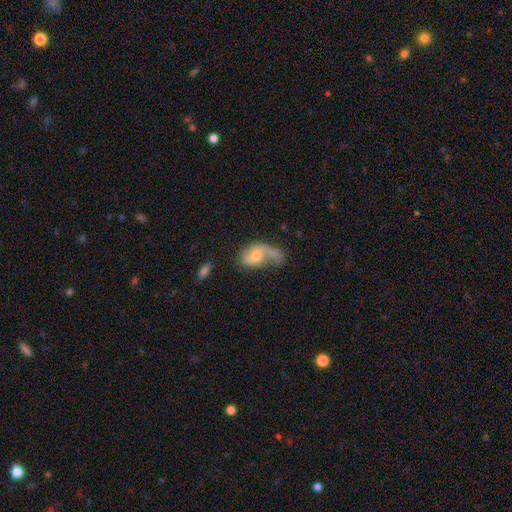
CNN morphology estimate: This is possibly a featured or disk galaxy (51%). It is clearly not viewed edge-on (94%). Merging: marginally major disturbance (38%).